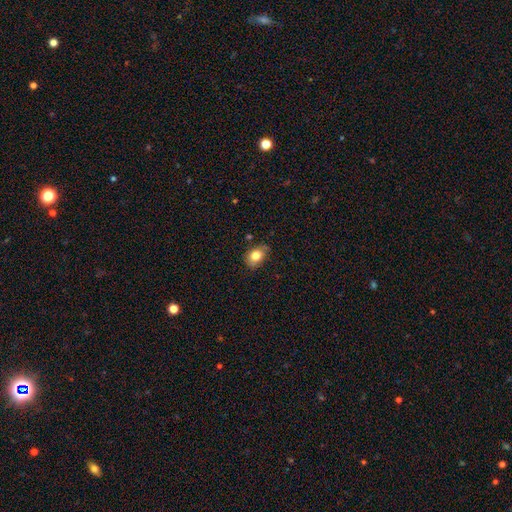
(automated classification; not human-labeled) A smooth galaxy with no disk features (80%) that is in between round and cigar-shaped (68%). Merging: none (69%).